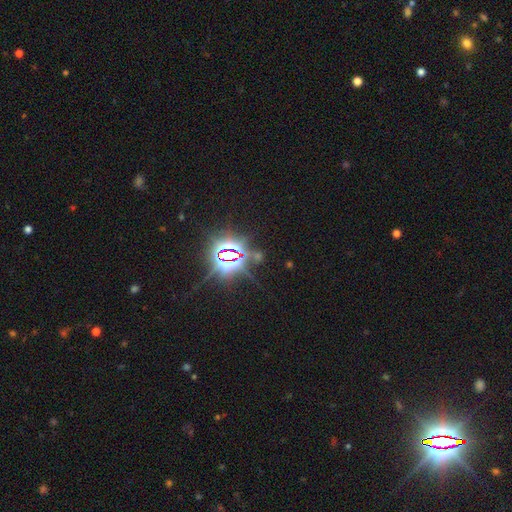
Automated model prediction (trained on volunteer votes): Q: Smooth or featured?
A: star or artifact (84%); runner-up: featured or disk (8%)